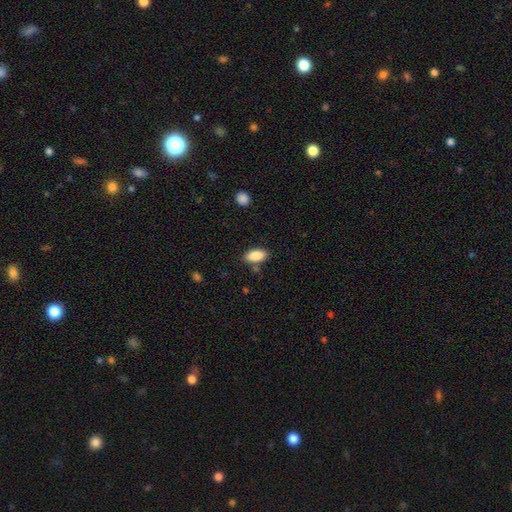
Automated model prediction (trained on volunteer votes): Overall: smooth (87%). How rounded: in between (92%). Merging: none (81%).